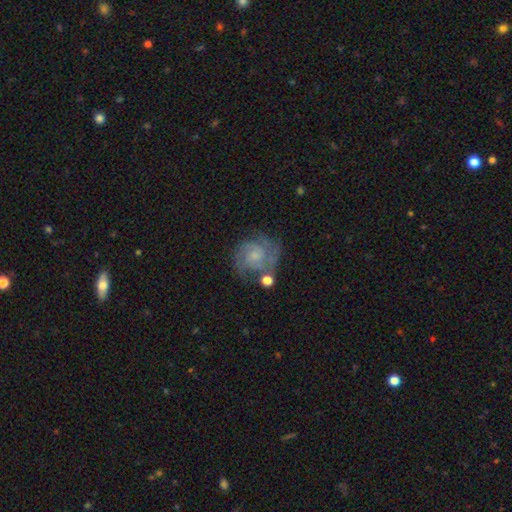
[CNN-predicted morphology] A featured or disk galaxy (69%) with no bar (73%), 2 (35%) tight (51%) spiral arms (89%) and a small central bulge (62%).

Vote fractions:
- Smooth or featured? featured or disk: 69% / smooth: 23% / star or artifact: 8%
- Edge-on disk? no: 98% / yes: 2%
- Bar? no: 73% / weak: 24% / strong: 3%
- Spiral arms? yes: 89% / no: 11%
- Spiral winding? tight: 51% / medium: 37% / loose: 12%
- Spiral arm count? 2: 35% / can't tell: 29% / 3: 21% / 4: 6% / 1: 5% / more than 4: 4%
- Bulge size? small: 62% / moderate: 22% / none: 13% / large: 2% / dominant: 1%
- Merging? none: 58% / minor disturbance: 20% / major disturbance: 13% / merger: 10%